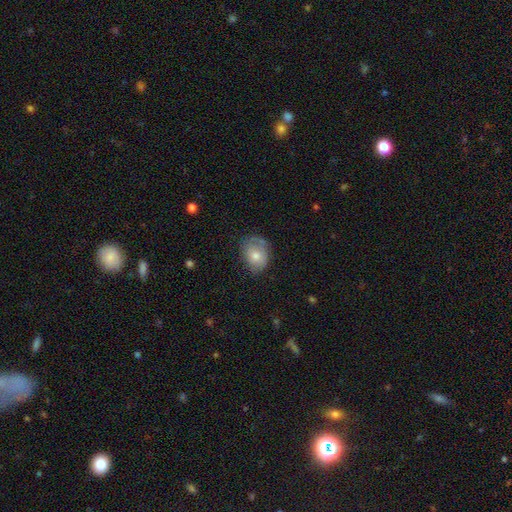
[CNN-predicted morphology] Overall: smooth (66%). How rounded: in between (57%; round 42%). Merging: none (61%; minor disturbance 28%).